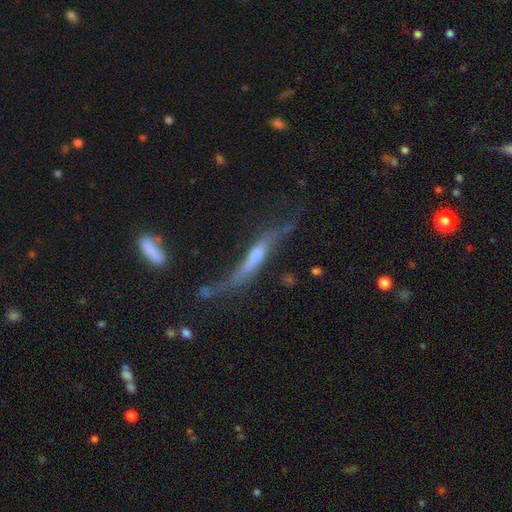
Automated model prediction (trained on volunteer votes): This is likely a featured or disk galaxy (71%). It is likely viewed edge-on (78%). Edge-on bulge: likely rounded (65%). Merging: possibly none (46%).